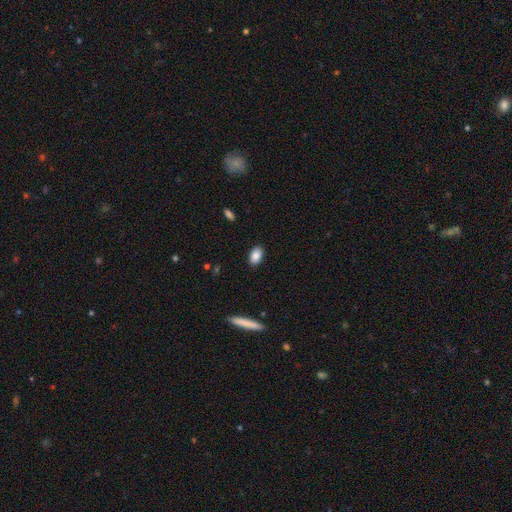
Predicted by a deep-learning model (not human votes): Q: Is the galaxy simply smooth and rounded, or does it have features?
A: smooth — 86%.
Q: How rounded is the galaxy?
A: in between — 91%.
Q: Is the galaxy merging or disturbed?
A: none — 89%.